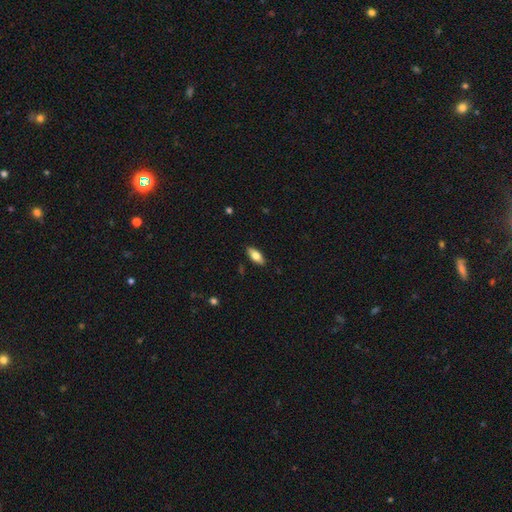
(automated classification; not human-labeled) Morphology: type=smooth (71%); roundness=in between (82%); merging=none (88%).